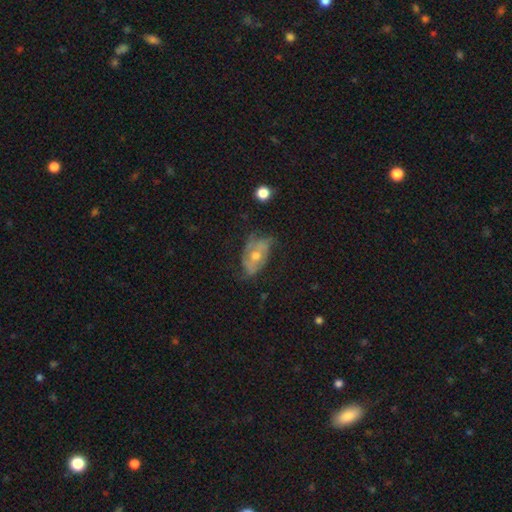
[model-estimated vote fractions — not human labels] The model was most divided on "merging": none: 49%, minor disturbance: 30%, major disturbance: 19%, merger: 2%. More confident: edge-on disk — no (92%); bar — no (77%); bulge size — moderate (67%); smooth or featured — featured or disk (61%); spiral arms — yes (60%).